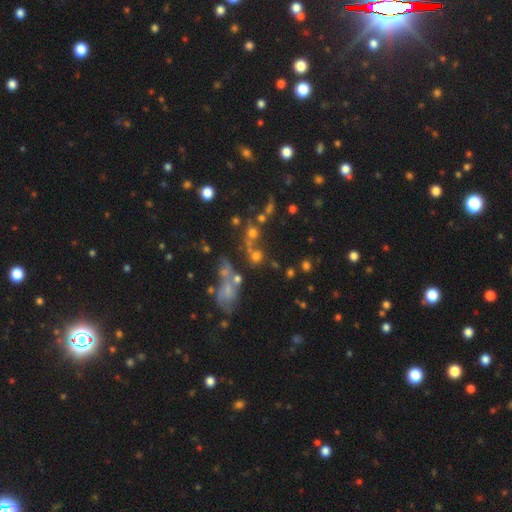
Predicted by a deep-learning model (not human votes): This appears to be a star or artifact, not a galaxy (44%).